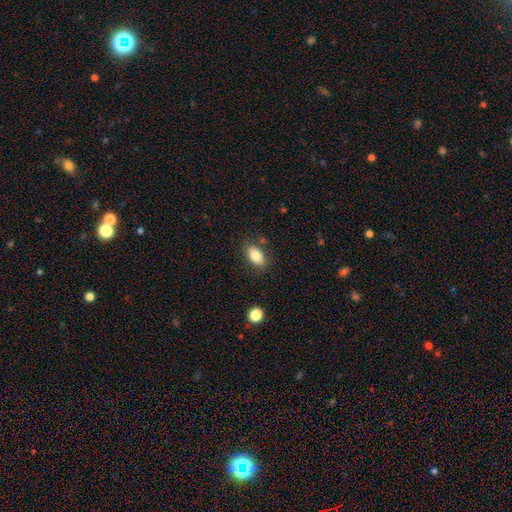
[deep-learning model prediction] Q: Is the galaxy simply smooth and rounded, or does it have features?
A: smooth — 82%.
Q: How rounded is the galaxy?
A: in between — 90%.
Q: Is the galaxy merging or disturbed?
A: none — 83%.